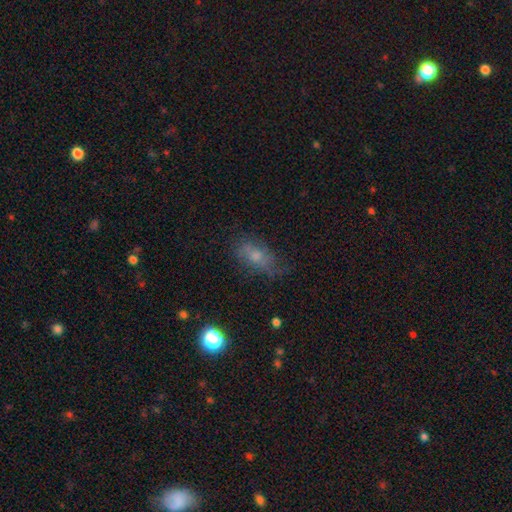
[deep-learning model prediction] Smooth or featured: smooth — 54% (featured or disk — 32%)
How rounded: in between — 81% (round — 10%)
Merging: none — 54% (minor disturbance — 28%)